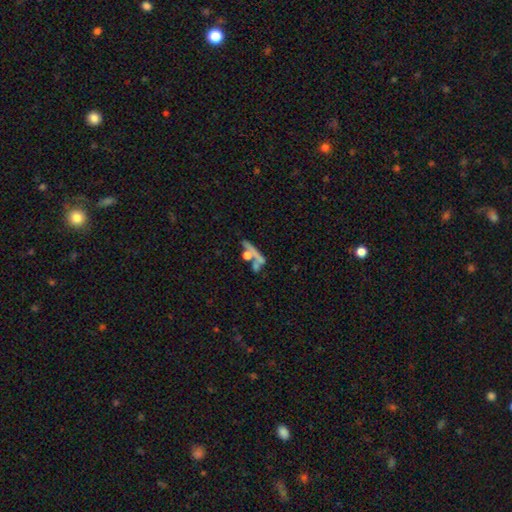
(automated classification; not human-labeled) smooth-or-featured: smooth: 45% | featured or disk: 41% | star or artifact: 14%
  merging: merger: 37% | none: 36% | major disturbance: 14% | minor disturbance: 13%